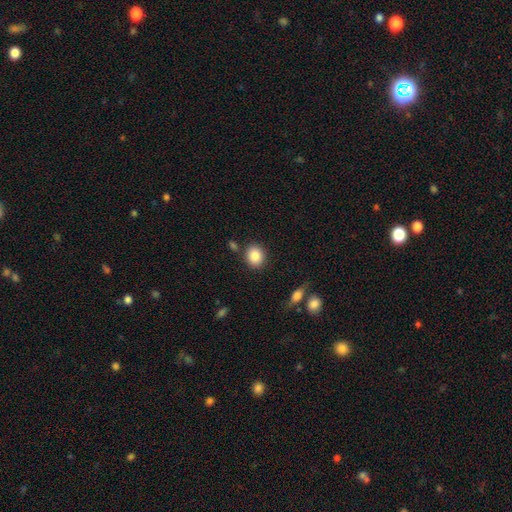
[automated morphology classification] smooth 87%, star or artifact 8%, featured or disk 5%. Down the decision tree: how rounded — round (62%); merging — none (82%).